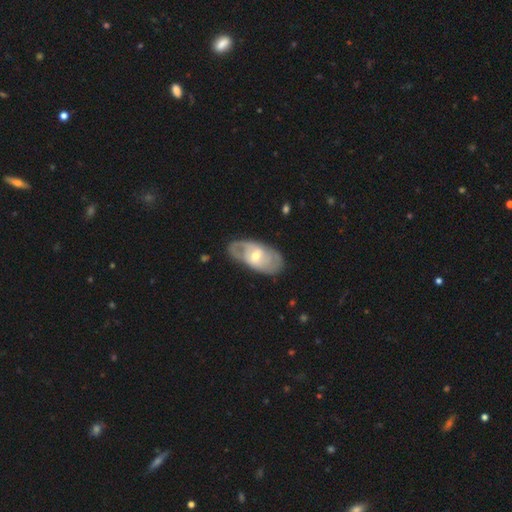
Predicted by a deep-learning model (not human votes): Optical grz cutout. It shows a featured or disk galaxy (70%) with a weak bar (47%), spiral arms (74%) and a moderate central bulge (55%). Merging: none (73%).